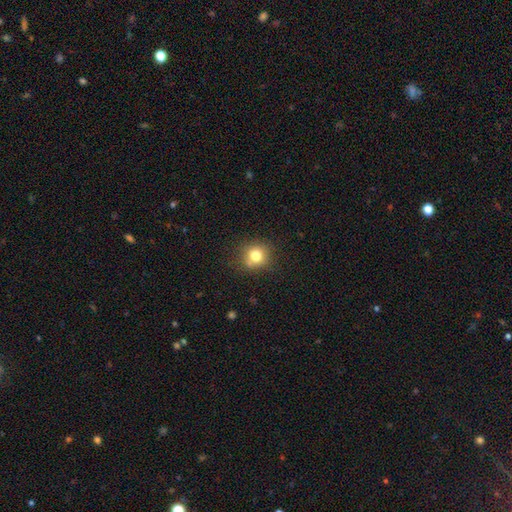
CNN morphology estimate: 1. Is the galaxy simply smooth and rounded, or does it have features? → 77% smooth, 13% star or artifact, 10% featured or disk.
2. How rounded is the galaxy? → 84% round, 15% in between, 1% cigar-shaped.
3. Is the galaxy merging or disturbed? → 76% none, 15% minor disturbance, 5% merger, 4% major disturbance.